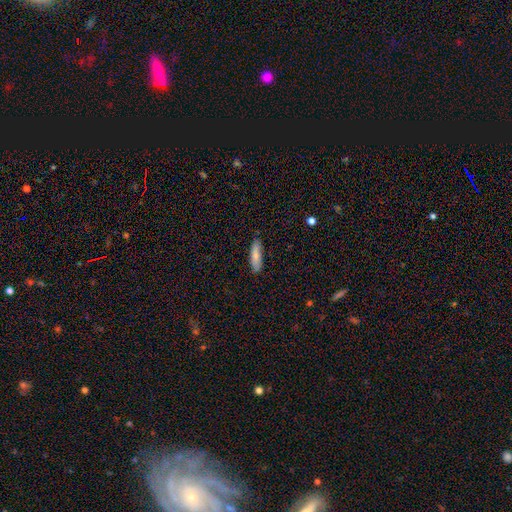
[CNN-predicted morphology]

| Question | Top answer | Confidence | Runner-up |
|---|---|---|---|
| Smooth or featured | smooth | 81% | featured or disk (13%) |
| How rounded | cigar-shaped | 60% | in between (39%) |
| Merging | none | 86% | minor disturbance (11%) |